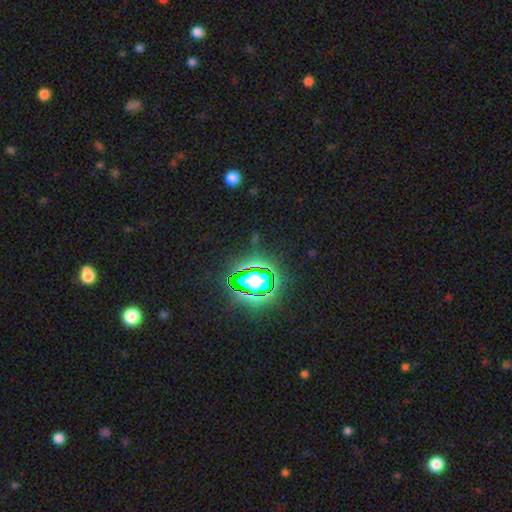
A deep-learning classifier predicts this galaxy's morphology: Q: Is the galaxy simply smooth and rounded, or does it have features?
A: star or artifact — 69%.